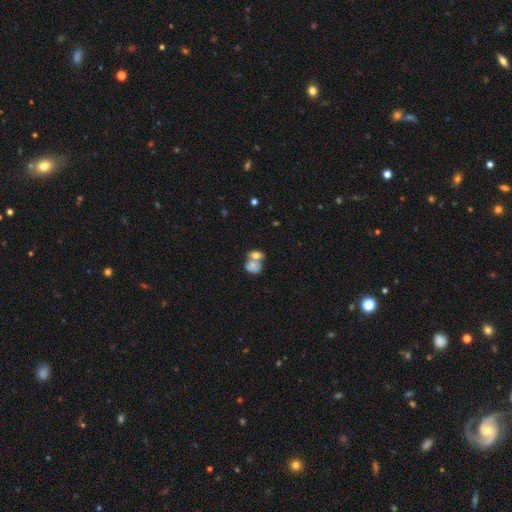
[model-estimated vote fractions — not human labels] Smooth or featured?
  - smooth: 57% *
  - featured or disk: 32%
  - star or artifact: 10%
How rounded?
  - in between: 55% *
  - round: 43%
  - cigar-shaped: 2%
Merging?
  - merger: 60% *
  - none: 22%
  - minor disturbance: 10%
  - major disturbance: 7%